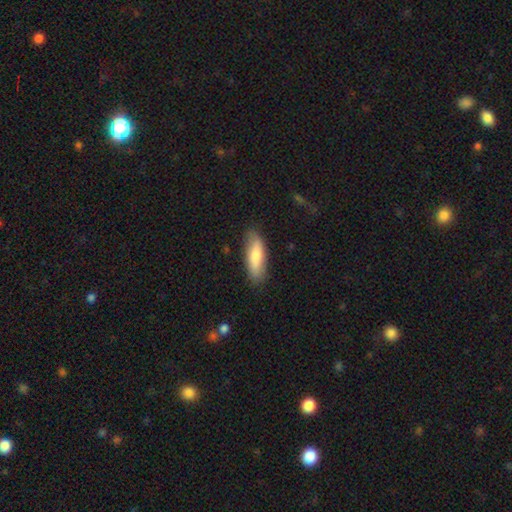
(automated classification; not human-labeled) Q: Smooth or featured?
A: smooth (76%); runner-up: featured or disk (19%)
Q: How rounded?
A: cigar-shaped (51%); runner-up: in between (47%)
Q: Merging?
A: none (84%); runner-up: minor disturbance (12%)